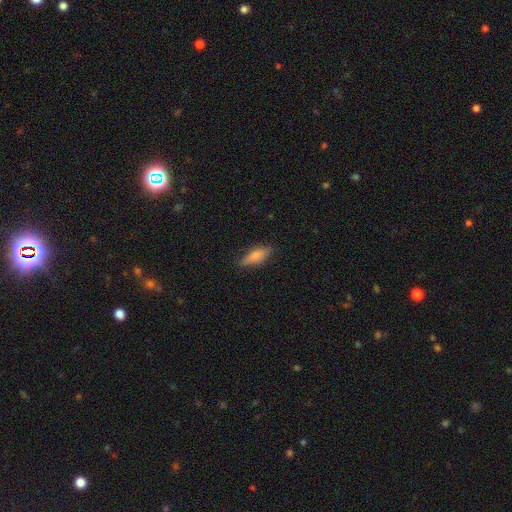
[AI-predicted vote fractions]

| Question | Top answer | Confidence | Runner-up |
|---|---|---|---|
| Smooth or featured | smooth | 74% | featured or disk (19%) |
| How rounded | in between | 54% | cigar-shaped (44%) |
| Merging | none | 81% | minor disturbance (15%) |